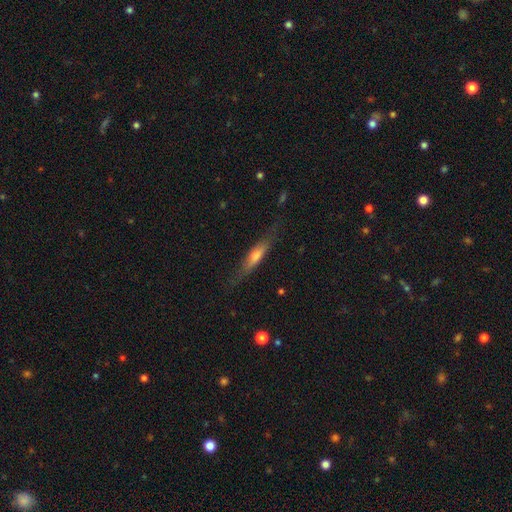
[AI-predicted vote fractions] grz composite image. It shows a featured or disk galaxy (48%). Merging: none (76%).